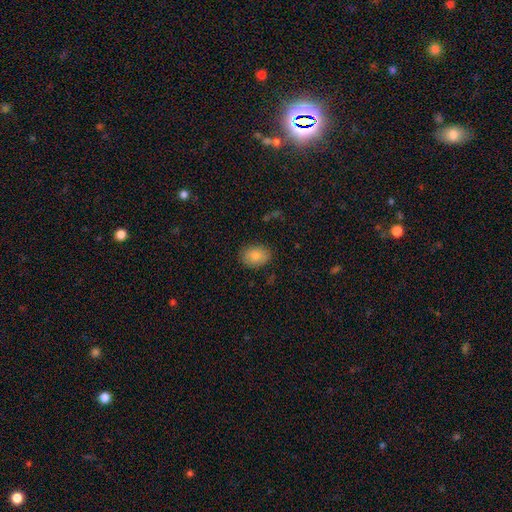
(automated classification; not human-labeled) smooth 79%, featured or disk 13%, star or artifact 8%. Down the decision tree: how rounded — in between (69%); merging — none (82%).